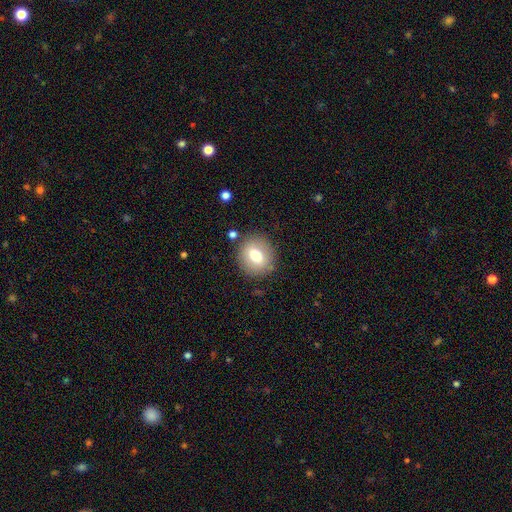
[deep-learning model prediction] smooth 69%, featured or disk 22%, star or artifact 9%. Down the decision tree: how rounded — round (77%); merging — none (84%).